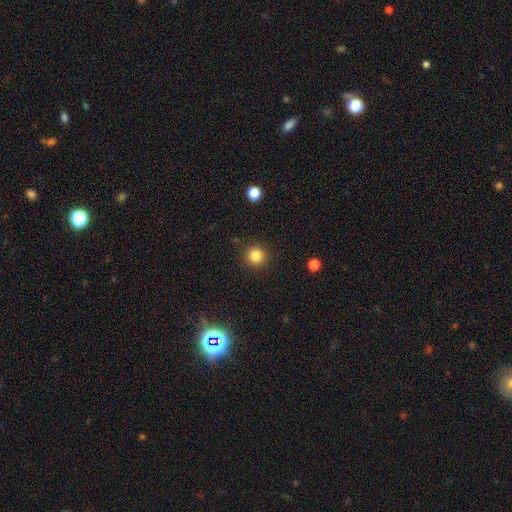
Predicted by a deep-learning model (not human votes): smooth_or_featured: smooth (p=0.84) [alt: star or artifact p=0.12]
how_rounded: round (p=0.94) [alt: in between p=0.05]
merging: none (p=0.91) [alt: minor disturbance p=0.06]